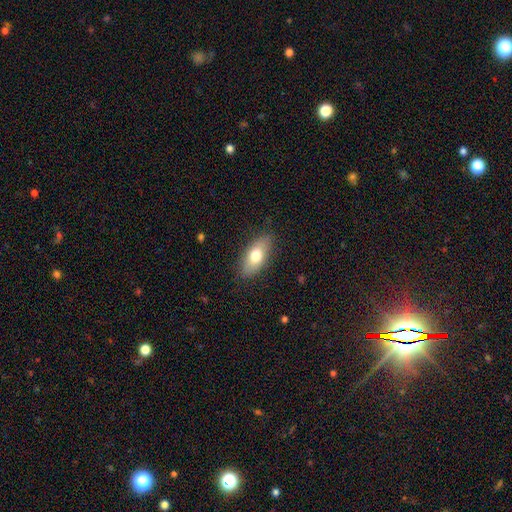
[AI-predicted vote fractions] smooth_or_featured: smooth (p=0.73) [alt: featured or disk p=0.21]
how_rounded: in between (p=0.85) [alt: cigar-shaped p=0.11]
merging: none (p=0.84) [alt: minor disturbance p=0.12]